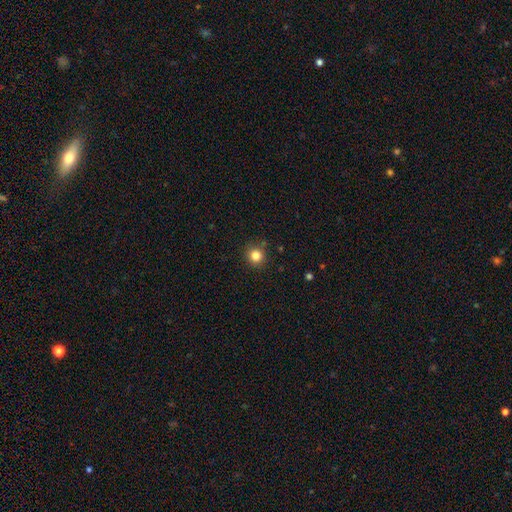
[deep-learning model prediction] smooth 83%, star or artifact 12%, featured or disk 5%. Down the decision tree: how rounded — round (93%); merging — none (90%).